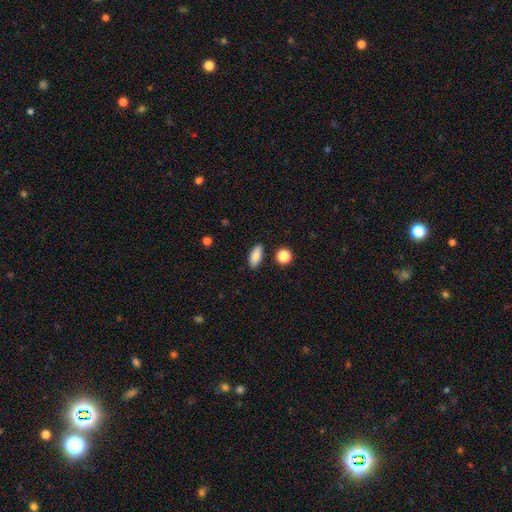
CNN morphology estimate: smooth-or-featured: smooth: 85% | star or artifact: 8% | featured or disk: 7%
  how-rounded: in between: 81% | cigar-shaped: 15% | round: 4%
  merging: none: 86% | minor disturbance: 9% | merger: 3% | major disturbance: 2%